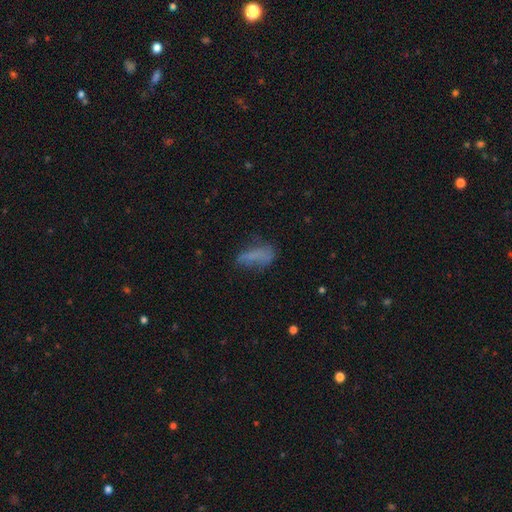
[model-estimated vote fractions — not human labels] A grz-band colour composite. It shows a smooth galaxy with no disk features (62%) that is in between round and cigar-shaped (67%). Merging: none (44%).